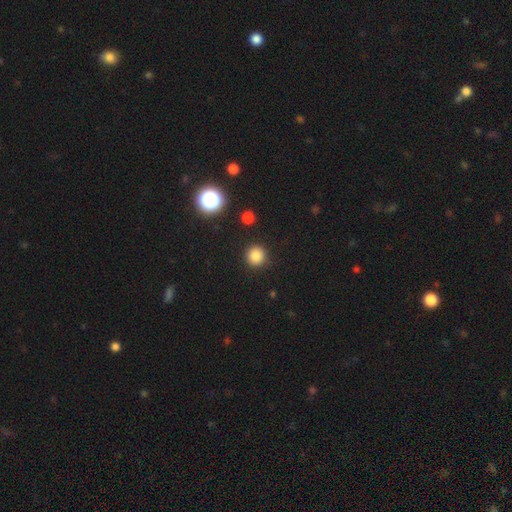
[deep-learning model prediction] smooth 83%, star or artifact 13%, featured or disk 4%. Down the decision tree: how rounded — round (95%); merging — none (91%).